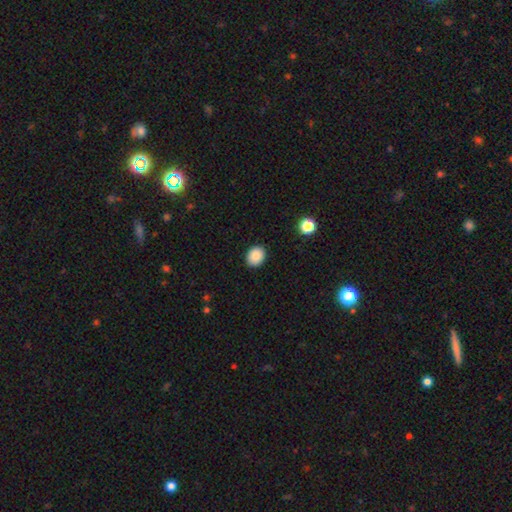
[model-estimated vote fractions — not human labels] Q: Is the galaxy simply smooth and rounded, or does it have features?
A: smooth — 87%.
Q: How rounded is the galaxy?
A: round — 57%.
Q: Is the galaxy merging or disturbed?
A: none — 89%.